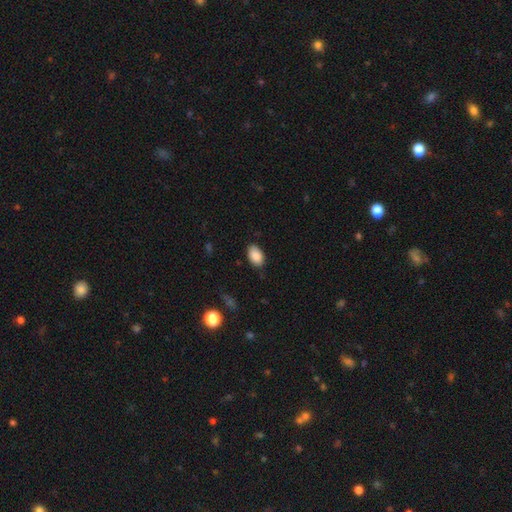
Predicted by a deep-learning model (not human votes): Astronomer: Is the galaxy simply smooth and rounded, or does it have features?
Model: smooth — 89%.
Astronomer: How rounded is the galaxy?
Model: in between — 92%.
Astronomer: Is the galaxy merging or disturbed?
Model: none — 84%.